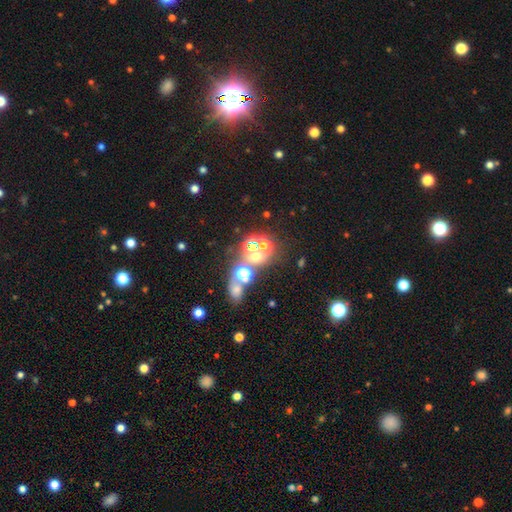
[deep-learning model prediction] Overall: smooth (43%; star or artifact 39%). Merging: none (52%; merger 34%).